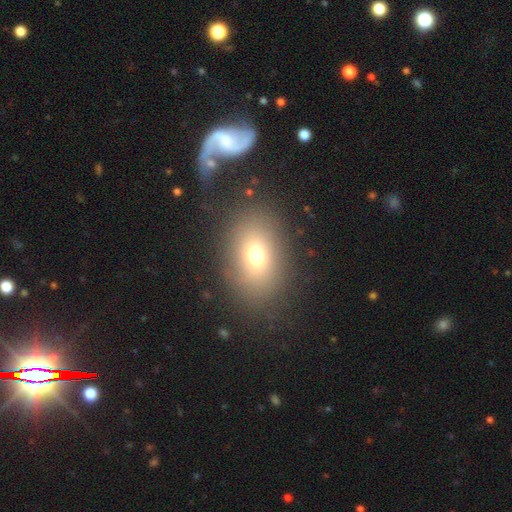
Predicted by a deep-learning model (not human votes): Q: Smooth or featured?
A: smooth (68%); runner-up: star or artifact (18%)
Q: How rounded?
A: in between (64%); runner-up: round (35%)
Q: Merging?
A: none (81%); runner-up: minor disturbance (10%)